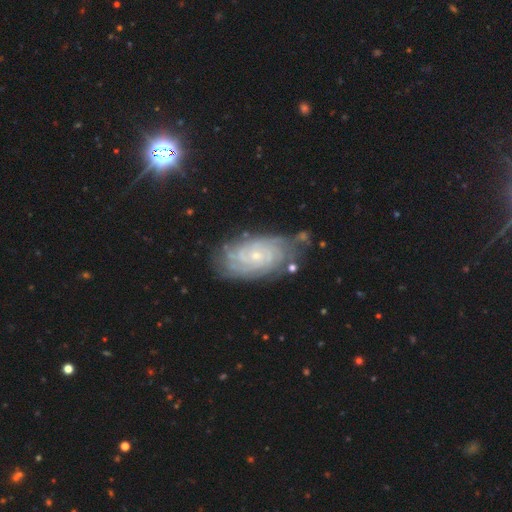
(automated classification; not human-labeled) The model was most divided on "spiral arm count": can't tell: 38%, 4: 17%, 2: 14%, 3: 13%, more than 4: 12%, 1: 6%. More confident: spiral arms — yes (96%); edge-on disk — no (95%); smooth or featured — featured or disk (83%); bulge size — small (79%); spiral winding — tight (79%); bar — no (74%); merging — none (72%).